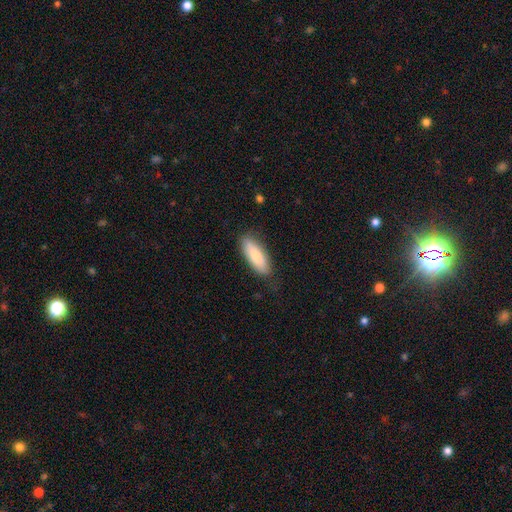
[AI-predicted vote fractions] A smooth galaxy with no disk features (75%) that is in between round and cigar-shaped (67%).

Vote fractions:
- Smooth or featured? smooth: 75% / featured or disk: 19% / star or artifact: 6%
- How rounded? in between: 67% / cigar-shaped: 31% / round: 2%
- Merging? none: 80% / minor disturbance: 16% / major disturbance: 3% / merger: 1%